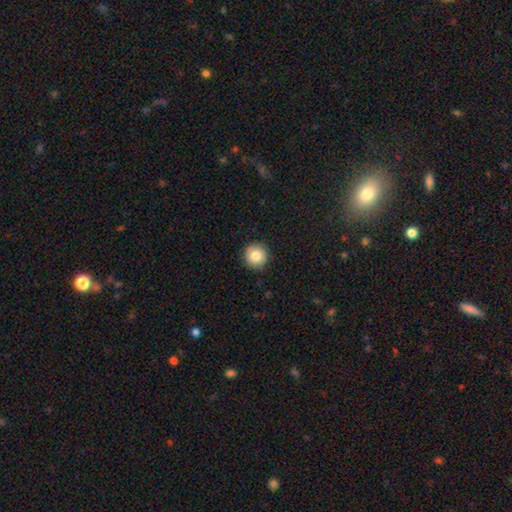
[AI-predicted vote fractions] Smooth or featured? Predicted: smooth (p=0.84). How rounded? Predicted: round (p=0.95). Merging? Predicted: none (p=0.91).